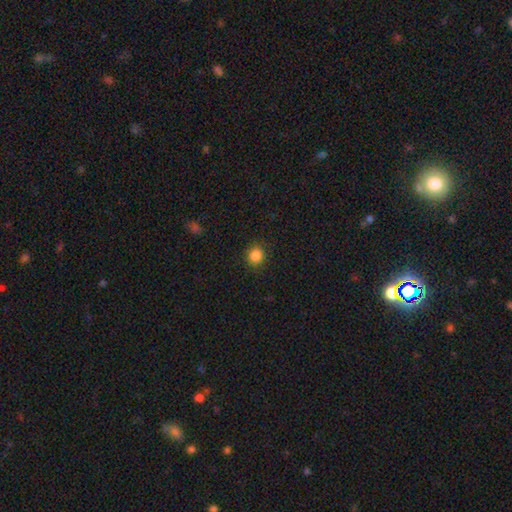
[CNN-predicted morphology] Smooth or featured? Predicted: smooth (p=0.85). How rounded? Predicted: round (p=0.91). Merging? Predicted: none (p=0.90).